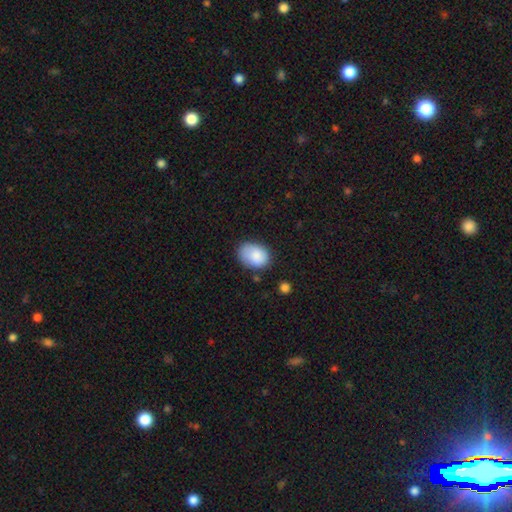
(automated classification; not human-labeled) A smooth galaxy with no disk features (85%) that is in between round and cigar-shaped (73%). Merging: none (66%).